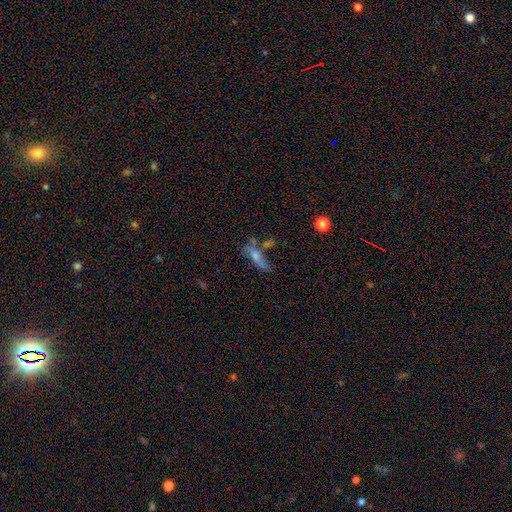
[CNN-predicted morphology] A featured or disk galaxy (45%). Merging: none (49%).